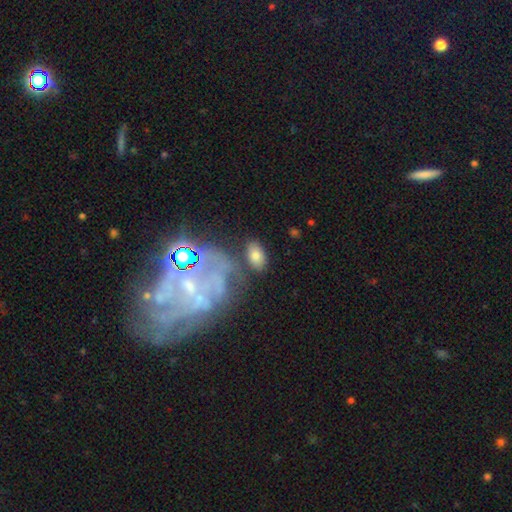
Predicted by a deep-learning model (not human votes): A smooth galaxy with no disk features (74%) that is in between round and cigar-shaped (91%). Merging: none (68%).